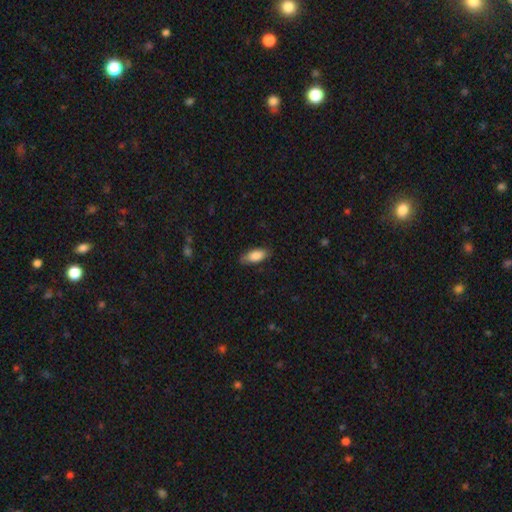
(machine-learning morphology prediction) Overall: smooth (83%). How rounded: in between (82%). Merging: none (80%).